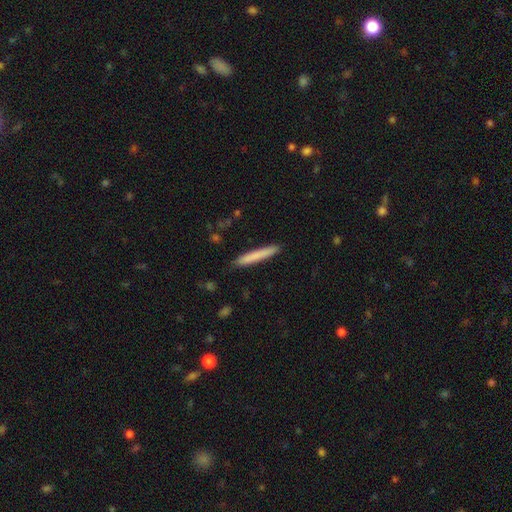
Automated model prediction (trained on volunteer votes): smooth_or_featured: smooth (p=0.78) [alt: featured or disk p=0.17]
how_rounded: cigar-shaped (p=0.96) [alt: in between p=0.03]
merging: none (p=0.90) [alt: minor disturbance p=0.08]